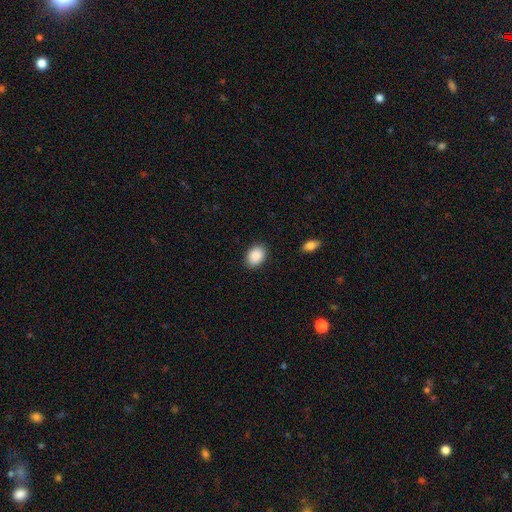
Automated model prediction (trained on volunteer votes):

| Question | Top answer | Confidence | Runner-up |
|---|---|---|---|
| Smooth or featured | smooth | 90% | star or artifact (7%) |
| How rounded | in between | 71% | round (28%) |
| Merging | none | 87% | minor disturbance (9%) |